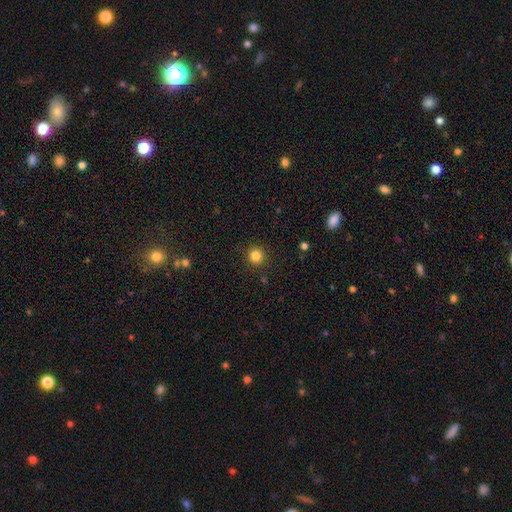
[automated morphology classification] A smooth galaxy with no disk features (83%) that is round (93%).

Vote fractions:
- Smooth or featured? smooth: 83% / star or artifact: 12% / featured or disk: 5%
- How rounded? round: 93% / in between: 6% / cigar-shaped: 1%
- Merging? none: 91% / minor disturbance: 6% / major disturbance: 2% / merger: 1%